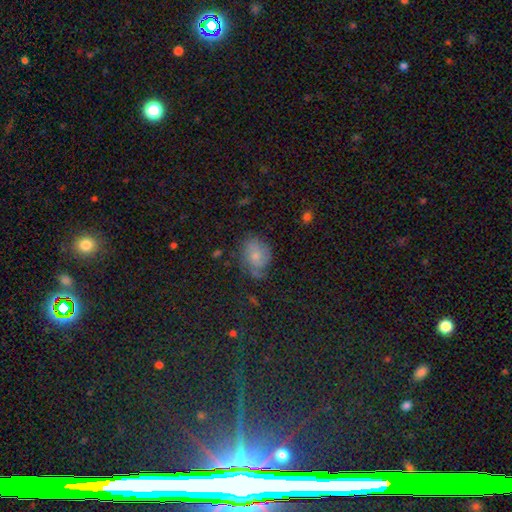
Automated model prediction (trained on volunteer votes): This is possibly a smooth galaxy (57%). How rounded: possibly in between (57%). Merging: possibly none (57%).